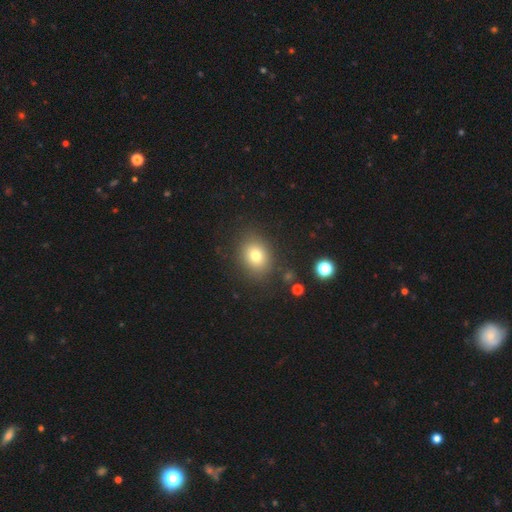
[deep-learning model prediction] smooth 77%, star or artifact 13%, featured or disk 10%. Down the decision tree: how rounded — round (56%); merging — none (84%).